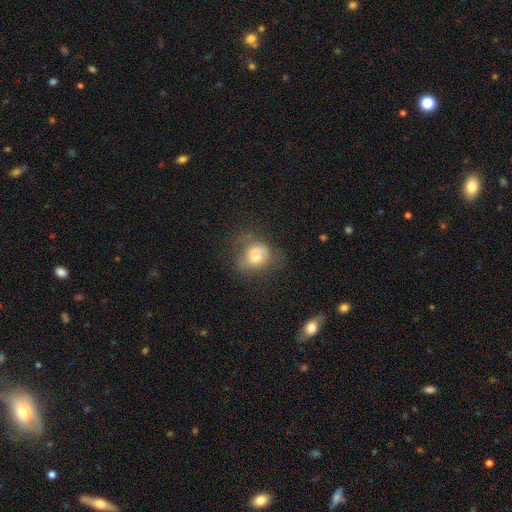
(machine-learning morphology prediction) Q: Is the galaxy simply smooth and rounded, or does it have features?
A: smooth — 61%.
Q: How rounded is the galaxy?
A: round — 58%.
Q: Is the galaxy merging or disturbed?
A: none — 44%.